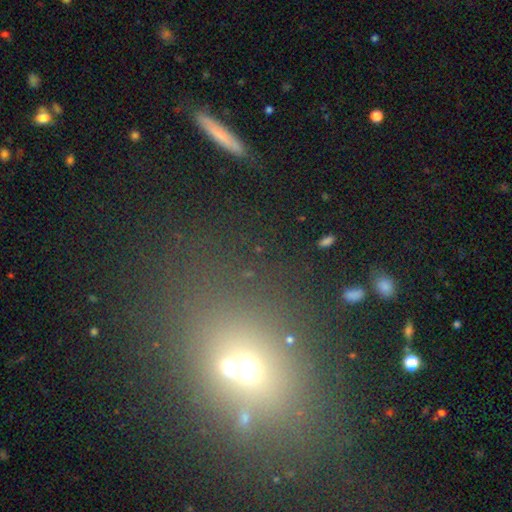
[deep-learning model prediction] smooth-or-featured: smooth: 43% | star or artifact: 38% | featured or disk: 18%
  merging: none: 64% | merger: 20% | minor disturbance: 10% | major disturbance: 6%